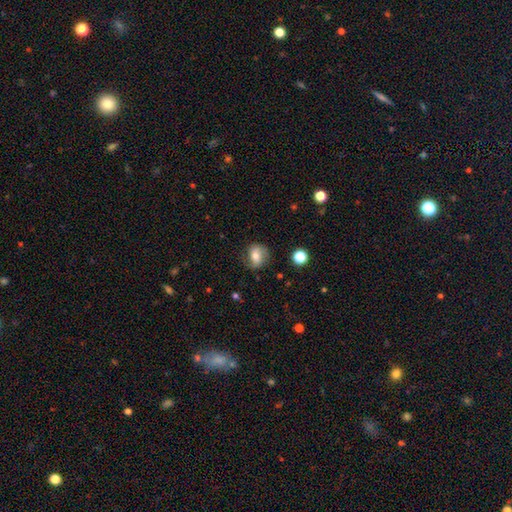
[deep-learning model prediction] smooth 58%, featured or disk 32%, star or artifact 10%. Down the decision tree: how rounded — round (63%); merging — none (75%).